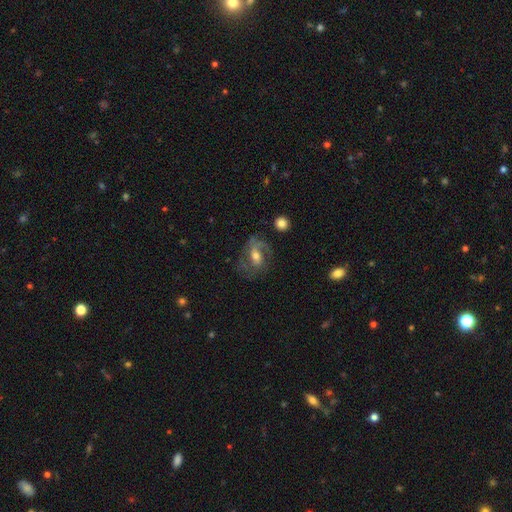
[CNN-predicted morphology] Smooth or featured? Predicted: featured or disk (p=0.76). Edge-on disk? Predicted: no (p=0.96). Bar? Predicted: weak (p=0.46). Spiral arms? Predicted: yes (p=0.91). Spiral winding? Predicted: medium (p=0.49). Spiral arm count? Predicted: 2 (p=0.59). Bulge size? Predicted: moderate (p=0.65). Merging? Predicted: none (p=0.68).